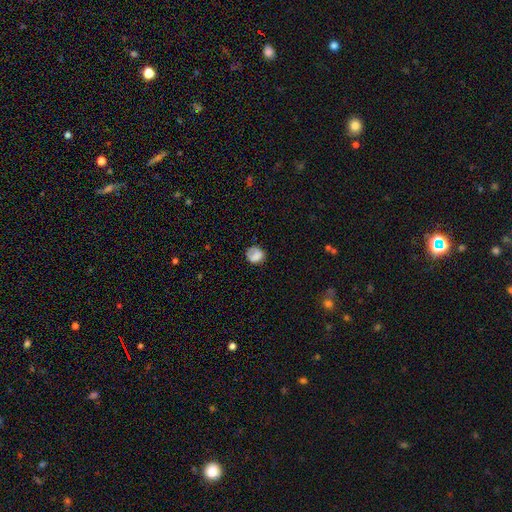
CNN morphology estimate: This appears to be a smooth galaxy with no disk features (77%) that is round (75%). Merging: none (61%).